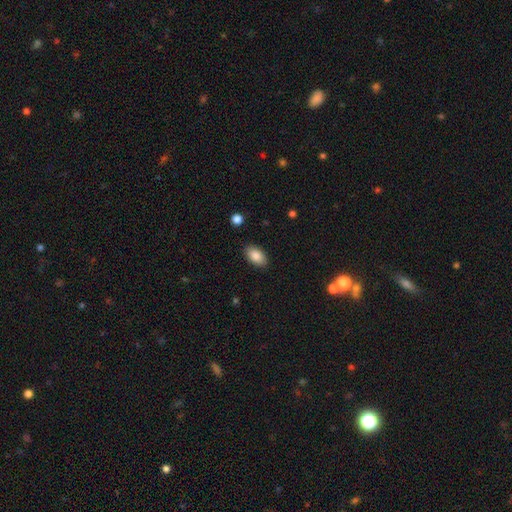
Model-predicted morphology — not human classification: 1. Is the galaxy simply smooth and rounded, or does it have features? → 87% smooth, 7% star or artifact, 6% featured or disk.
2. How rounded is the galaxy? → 94% in between, 4% round, 2% cigar-shaped.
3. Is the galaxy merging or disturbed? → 88% none, 9% minor disturbance, 2% major disturbance, 1% merger.